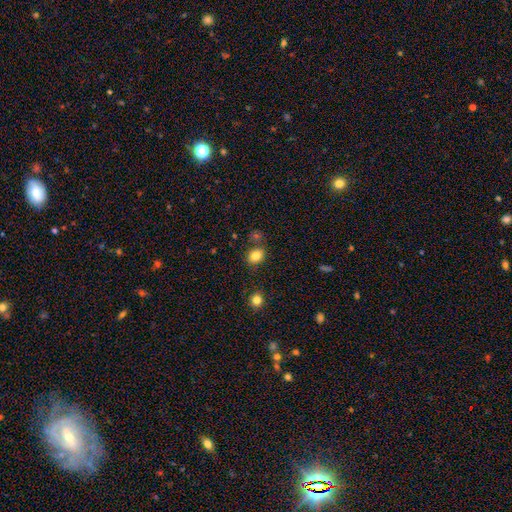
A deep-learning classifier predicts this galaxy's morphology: Overall: smooth (83%). How rounded: round (50%; in between 49%). Merging: none (74%).